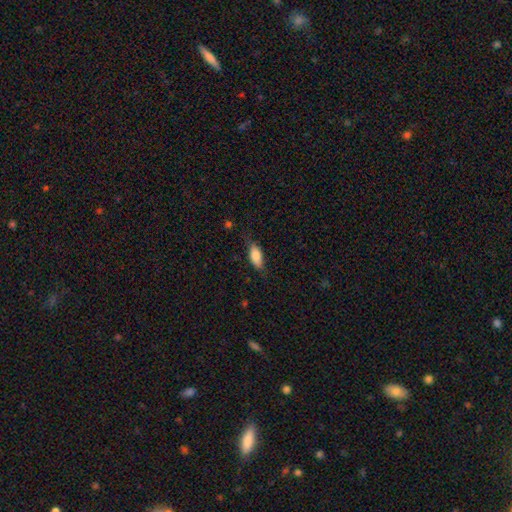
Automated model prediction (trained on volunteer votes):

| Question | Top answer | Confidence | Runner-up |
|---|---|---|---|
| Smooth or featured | smooth | 82% | featured or disk (11%) |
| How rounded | in between | 85% | cigar-shaped (13%) |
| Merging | none | 72% | minor disturbance (21%) |